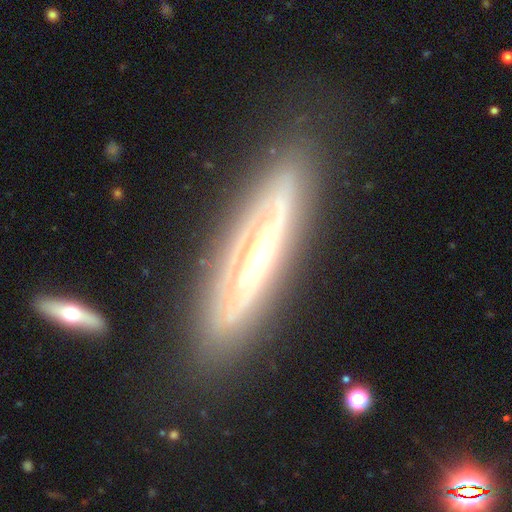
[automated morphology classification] type=featured or disk (83%); edge-on=no (57%); merging=none (79%).